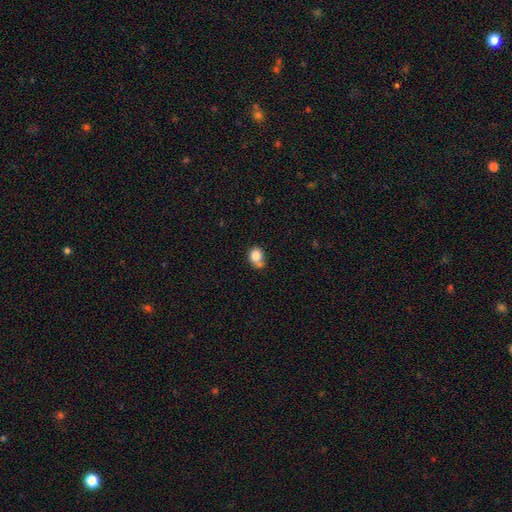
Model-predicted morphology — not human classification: Smooth or featured: smooth — 81% (star or artifact — 10%)
How rounded: round — 60% (in between — 39%)
Merging: none — 44% (minor disturbance — 24%)